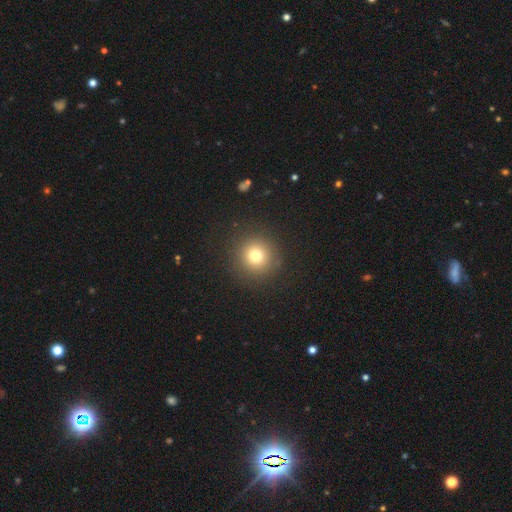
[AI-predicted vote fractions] A smooth galaxy with no disk features (75%) that is round (94%). Merging: none (90%).